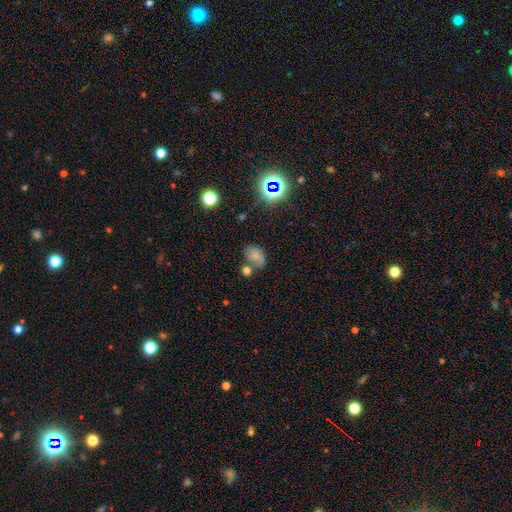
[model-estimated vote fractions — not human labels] Smooth or featured?
  - smooth: 64% *
  - star or artifact: 21%
  - featured or disk: 15%
How rounded?
  - in between: 76% *
  - round: 23%
  - cigar-shaped: 1%
Merging?
  - none: 48% *
  - merger: 24%
  - minor disturbance: 19%
  - major disturbance: 8%